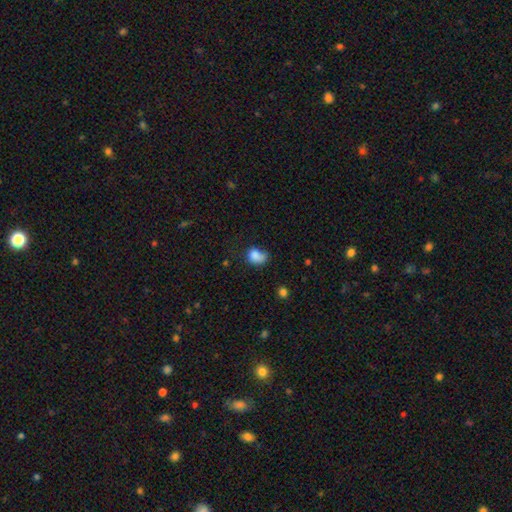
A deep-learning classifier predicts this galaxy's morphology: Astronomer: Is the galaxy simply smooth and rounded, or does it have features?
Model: smooth — 81%.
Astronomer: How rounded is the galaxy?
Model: in between — 56% (runner-up: round, 43%).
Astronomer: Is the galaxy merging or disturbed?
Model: none — 37% (runner-up: minor disturbance, 34%).